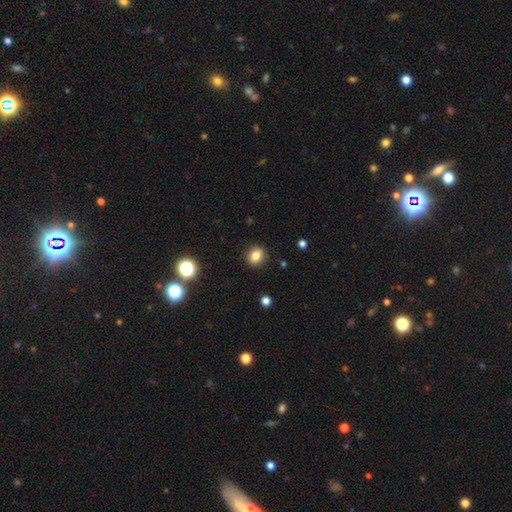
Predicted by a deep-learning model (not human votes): smooth_or_featured: smooth (p=0.82) [alt: star or artifact p=0.11]
how_rounded: round (p=0.71) [alt: in between p=0.28]
merging: none (p=0.90) [alt: minor disturbance p=0.07]